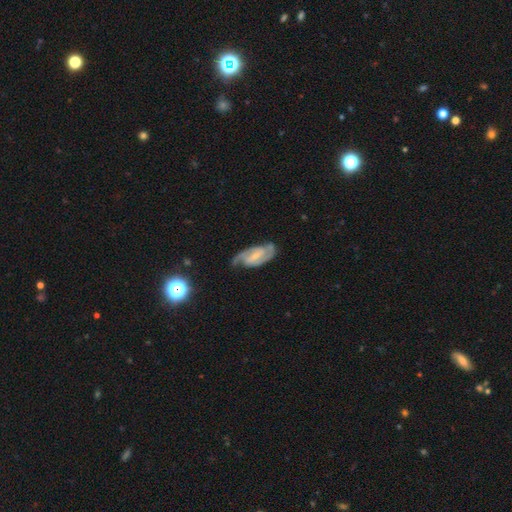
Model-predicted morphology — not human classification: Smooth or featured?
  - featured or disk: 84% *
  - smooth: 10%
  - star or artifact: 6%
Edge-on disk?
  - no: 95% *
  - yes: 5%
Bar?
  - weak: 47% *
  - strong: 34%
  - no: 19%
Spiral arms?
  - yes: 96% *
  - no: 4%
Spiral winding?
  - medium: 51% *
  - tight: 33%
  - loose: 16%
Spiral arm count?
  - 2: 88% *
  - can't tell: 5%
  - 3: 3%
  - 1: 2%
  - 4: 1%
  - more than 4: 1%
Bulge size?
  - small: 58% *
  - moderate: 23%
  - none: 16%
  - large: 2%
  - dominant: 1%
Merging?
  - none: 71% *
  - minor disturbance: 19%
  - major disturbance: 7%
  - merger: 2%